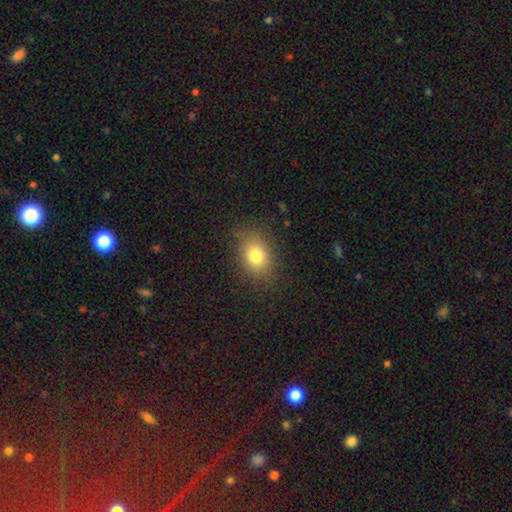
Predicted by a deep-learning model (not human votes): A smooth galaxy with no disk features (78%) that is in between round and cigar-shaped (58%). Merging: none (81%).